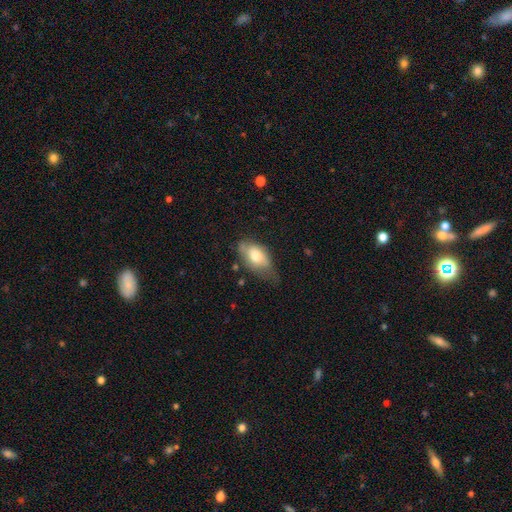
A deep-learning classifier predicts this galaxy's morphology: Smooth or featured?
  - smooth: 68% *
  - featured or disk: 25%
  - star or artifact: 7%
How rounded?
  - in between: 89% *
  - round: 7%
  - cigar-shaped: 4%
Merging?
  - none: 44% *
  - minor disturbance: 39%
  - major disturbance: 14%
  - merger: 3%